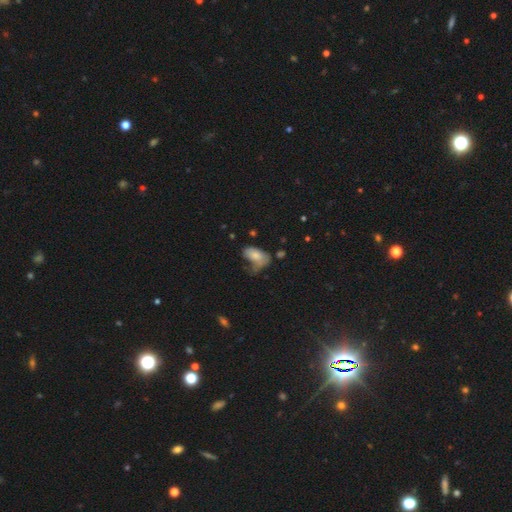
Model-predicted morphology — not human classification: smooth 75%, featured or disk 16%, star or artifact 8%. Down the decision tree: how rounded — in between (93%); merging — none (33%).